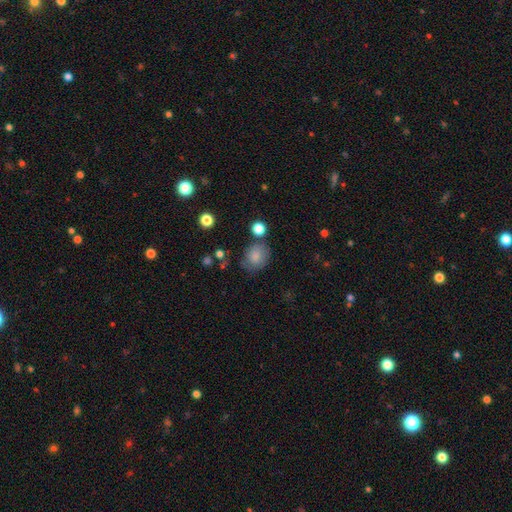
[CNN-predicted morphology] smooth 83%, star or artifact 9%, featured or disk 7%. Down the decision tree: how rounded — round (62%); merging — none (67%).